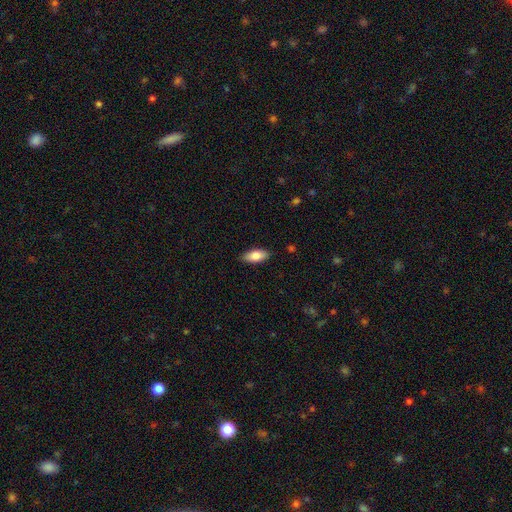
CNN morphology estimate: smooth_or_featured: smooth (p=0.82) [alt: featured or disk p=0.12]
how_rounded: in between (p=0.86) [alt: cigar-shaped p=0.12]
merging: none (p=0.88) [alt: minor disturbance p=0.09]